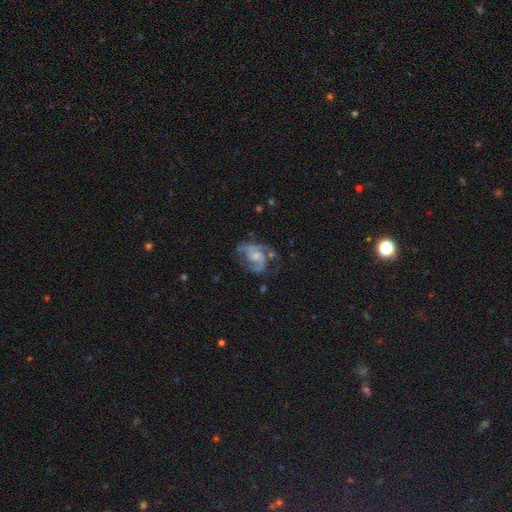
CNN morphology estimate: Smooth or featured: featured or disk — 85% (smooth — 9%)
Edge-on disk: no — 98% (yes — 2%)
Bar: no — 54% (weak — 39%)
Spiral arms: yes — 96% (no — 4%)
Spiral winding: medium — 54% (tight — 28%)
Spiral arm count: 2 — 81% (can't tell — 6%)
Bulge size: small — 40% (moderate — 38%)
Merging: none — 56% (minor disturbance — 23%)